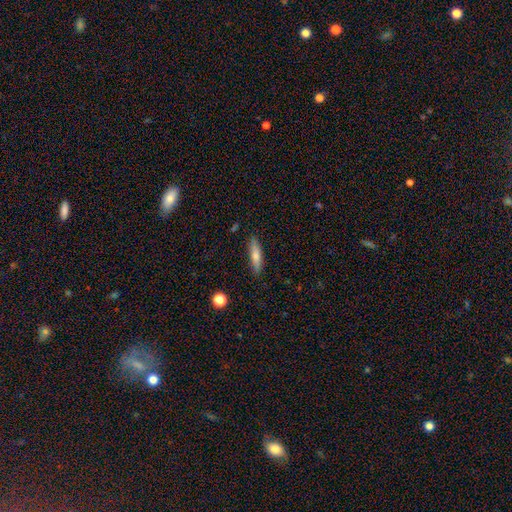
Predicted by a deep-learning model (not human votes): smooth-or-featured: smooth: 67% | featured or disk: 26% | star or artifact: 7%
  how-rounded: cigar-shaped: 76% | in between: 22% | round: 2%
  merging: none: 87% | minor disturbance: 9% | major disturbance: 2% | merger: 1%